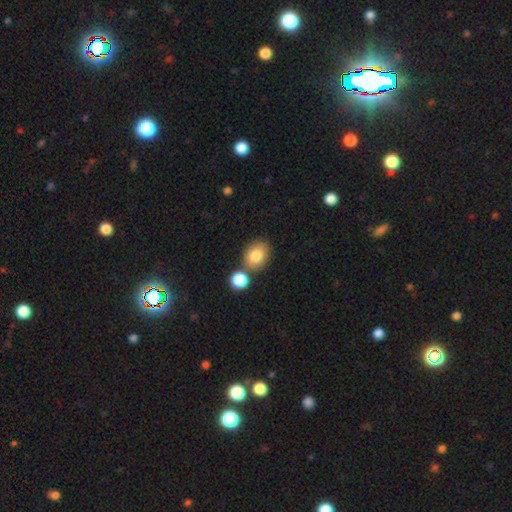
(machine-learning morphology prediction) This is clearly a smooth galaxy (82%). How rounded: possibly in between (53%). Merging: likely none (67%).